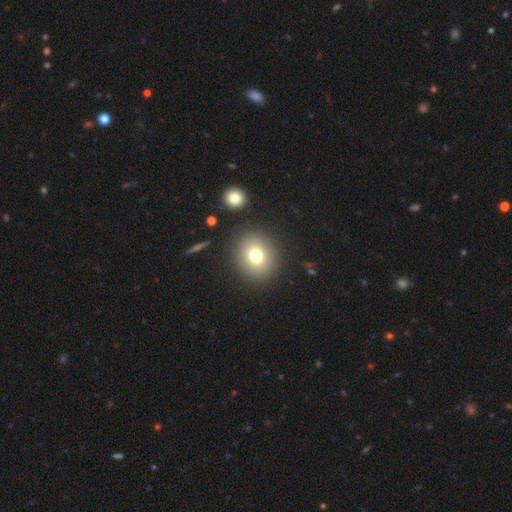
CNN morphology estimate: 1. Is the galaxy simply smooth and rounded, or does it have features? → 75% smooth, 13% star or artifact, 12% featured or disk.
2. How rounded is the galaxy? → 81% round, 18% in between, 1% cigar-shaped.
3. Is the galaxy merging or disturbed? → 87% none, 7% minor disturbance, 3% major disturbance, 3% merger.